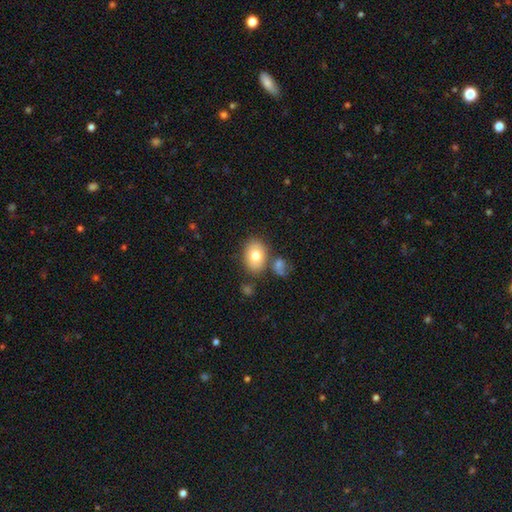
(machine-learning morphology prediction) A smooth galaxy with no disk features (77%) that is in between round and cigar-shaped (71%). Merging: none (70%).